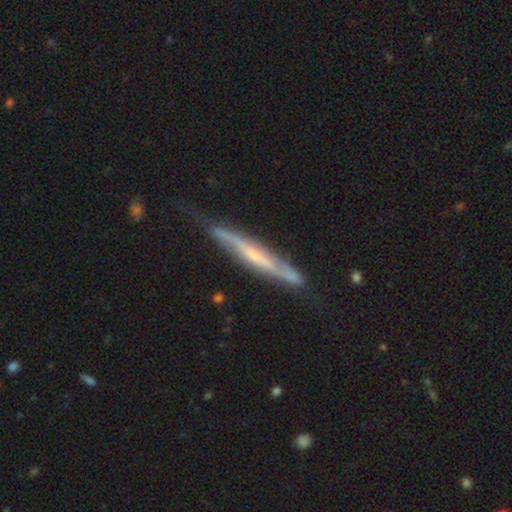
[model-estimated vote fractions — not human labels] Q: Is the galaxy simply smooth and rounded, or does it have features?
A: featured or disk — 71%.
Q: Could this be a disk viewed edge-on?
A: yes — 81%.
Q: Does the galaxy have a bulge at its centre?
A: none — 53%.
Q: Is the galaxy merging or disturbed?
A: none — 62%.